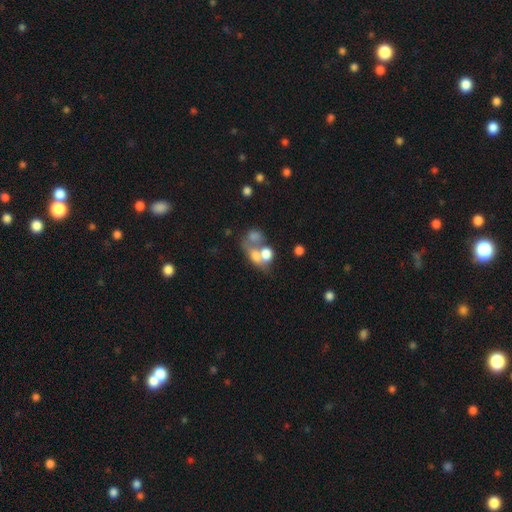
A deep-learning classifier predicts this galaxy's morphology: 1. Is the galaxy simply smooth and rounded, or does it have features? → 60% smooth, 26% featured or disk, 14% star or artifact.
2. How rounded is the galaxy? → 59% in between, 39% round, 2% cigar-shaped.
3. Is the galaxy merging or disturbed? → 58% merger, 20% none, 13% major disturbance, 8% minor disturbance.